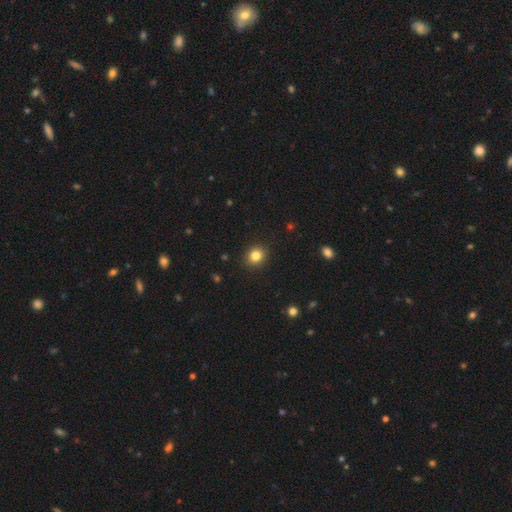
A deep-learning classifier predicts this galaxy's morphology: Smooth or featured: smooth — 83% (star or artifact — 12%)
How rounded: round — 78% (in between — 21%)
Merging: none — 91% (minor disturbance — 6%)